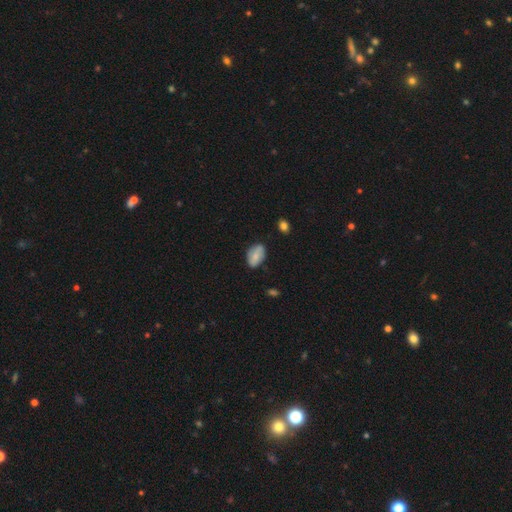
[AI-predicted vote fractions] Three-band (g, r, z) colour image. It shows a smooth galaxy with no disk features (76%) that is in between round and cigar-shaped (91%). Merging: none (75%).